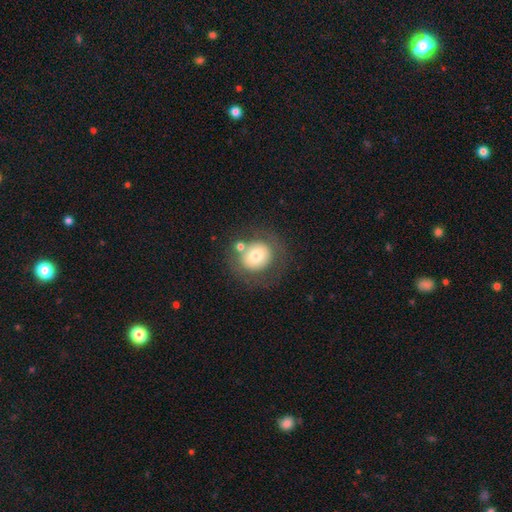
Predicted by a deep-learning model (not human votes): This appears to be a smooth galaxy with no disk features (67%) that is round (84%). Merging: none (65%).